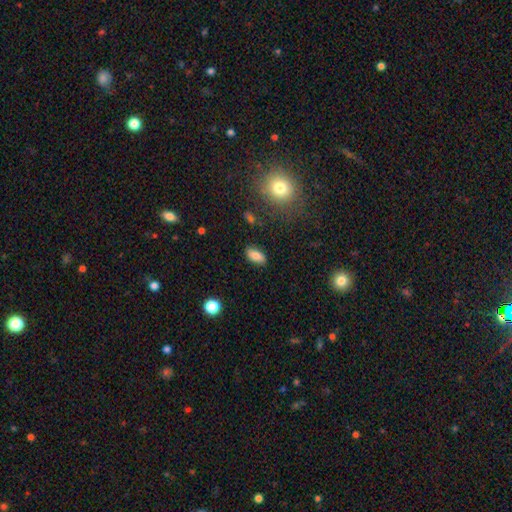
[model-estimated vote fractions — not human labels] A smooth galaxy with no disk features (82%) that is in between round and cigar-shaped (89%). Merging: none (86%).